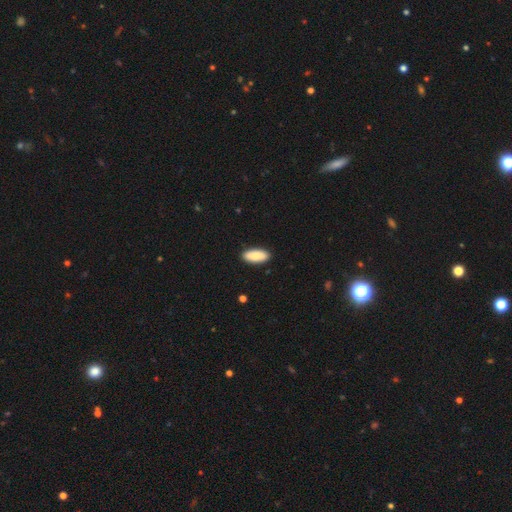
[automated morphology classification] Smooth or featured? smooth (85%)
How rounded? in between (88%)
Merging? none (90%)